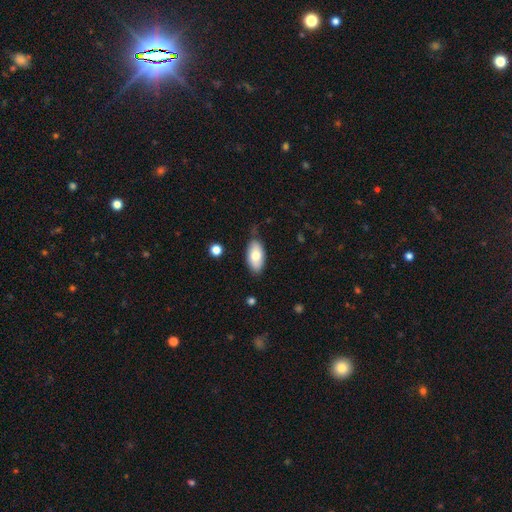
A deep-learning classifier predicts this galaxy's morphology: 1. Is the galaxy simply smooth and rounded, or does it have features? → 77% smooth, 17% featured or disk, 6% star or artifact.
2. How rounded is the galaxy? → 93% in between, 4% cigar-shaped, 3% round.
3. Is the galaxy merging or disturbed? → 76% none, 18% minor disturbance, 3% major disturbance, 2% merger.